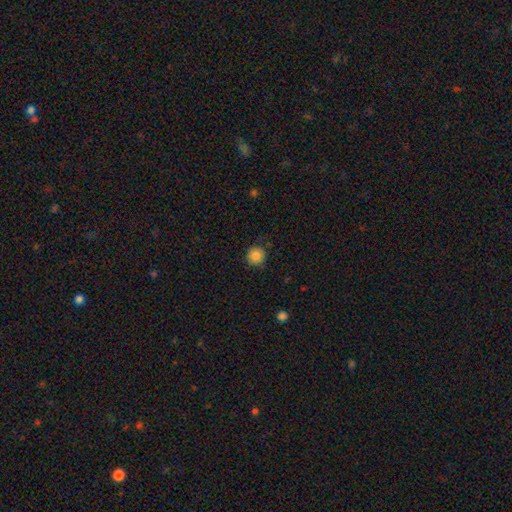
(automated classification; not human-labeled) Overall: smooth (85%). How rounded: round (94%). Merging: none (86%).